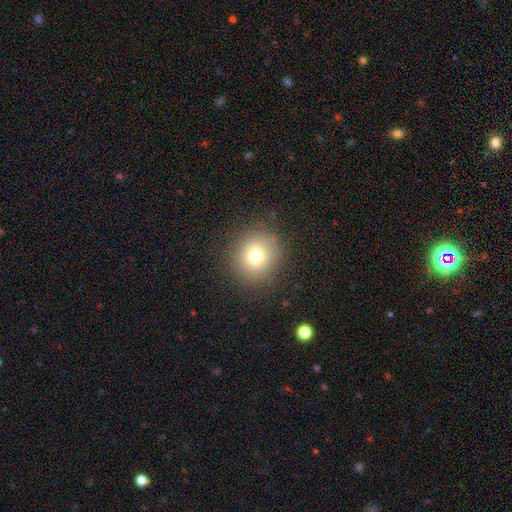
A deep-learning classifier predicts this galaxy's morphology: smooth_or_featured: smooth (p=0.74) [alt: star or artifact p=0.14]
how_rounded: round (p=0.88) [alt: in between p=0.11]
merging: none (p=0.87) [alt: minor disturbance p=0.08]